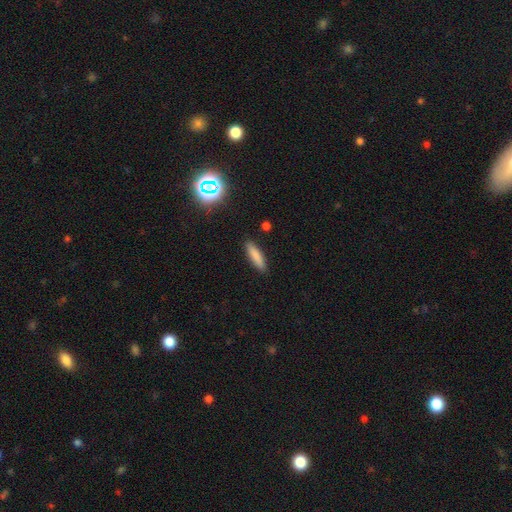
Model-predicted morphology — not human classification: type=smooth (82%); roundness=cigar-shaped (73%); merging=none (89%).